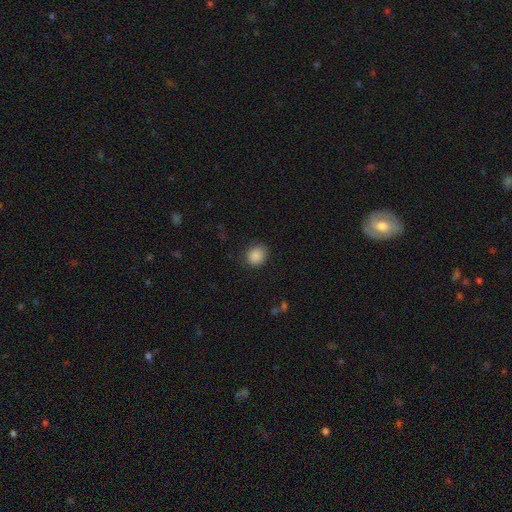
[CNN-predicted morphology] smooth 87%, star or artifact 9%, featured or disk 4%. Down the decision tree: how rounded — round (73%); merging — none (82%).